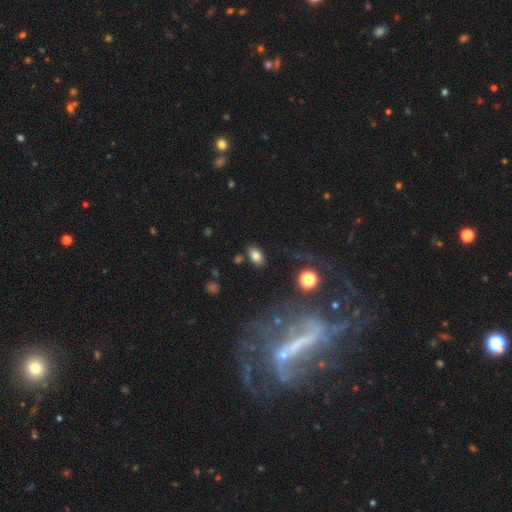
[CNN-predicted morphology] This appears to be a smooth galaxy with no disk features (80%) that is in between round and cigar-shaped (89%). Merging: none (81%).